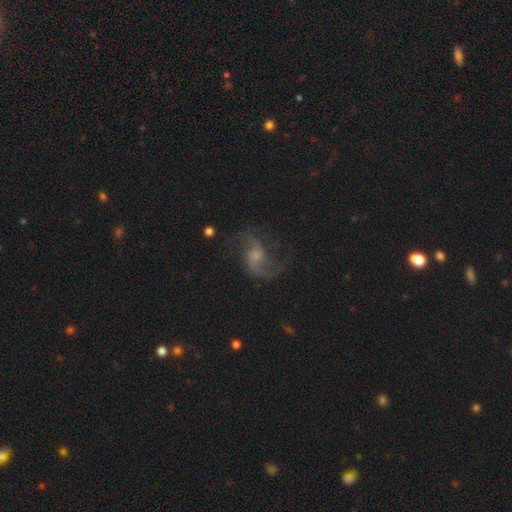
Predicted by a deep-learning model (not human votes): This appears to be a featured or disk galaxy (82%) with no bar (49%), 2 (88%) loose (60%) spiral arms (95%) and a small central bulge (39%). Merging: none (70%).